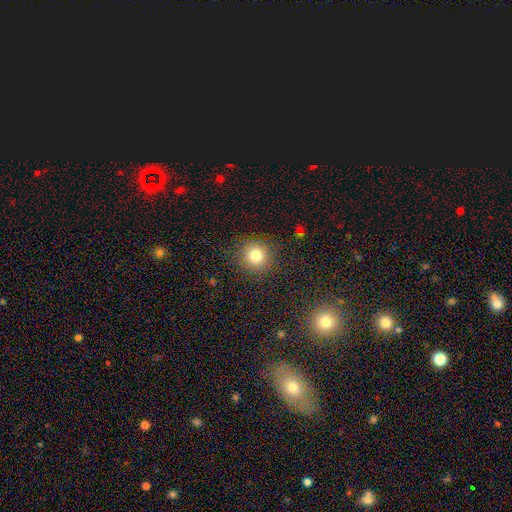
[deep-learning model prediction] The model was most divided on "smooth or featured": smooth: 79%, star or artifact: 13%, featured or disk: 8%. More confident: how rounded — round (92%); merging — none (88%).